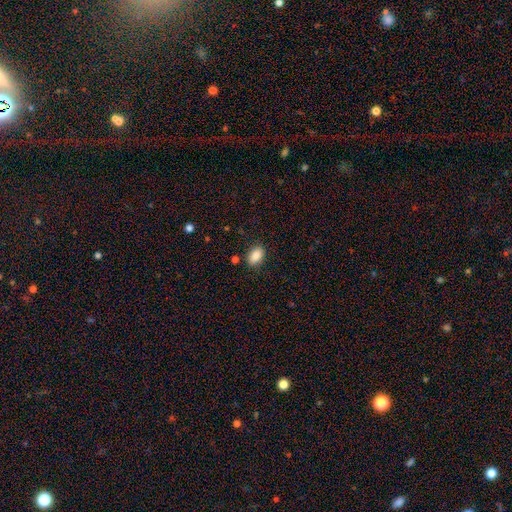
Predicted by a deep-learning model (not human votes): This appears to be a smooth galaxy with no disk features (88%) that is in between round and cigar-shaped (89%). Merging: none (86%).